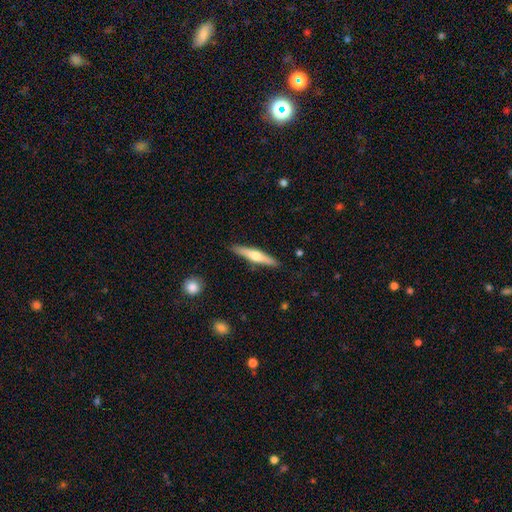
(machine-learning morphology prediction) A featured or disk galaxy (53%) viewed edge-on (96%) with a rounded central bulge (88%).

Vote fractions:
- Smooth or featured? featured or disk: 53% / smooth: 42% / star or artifact: 5%
- Edge-on disk? yes: 96% / no: 4%
- Edge-on bulge? rounded: 88% / none: 8% / boxy: 5%
- Merging? none: 89% / minor disturbance: 8% / major disturbance: 2% / merger: 1%